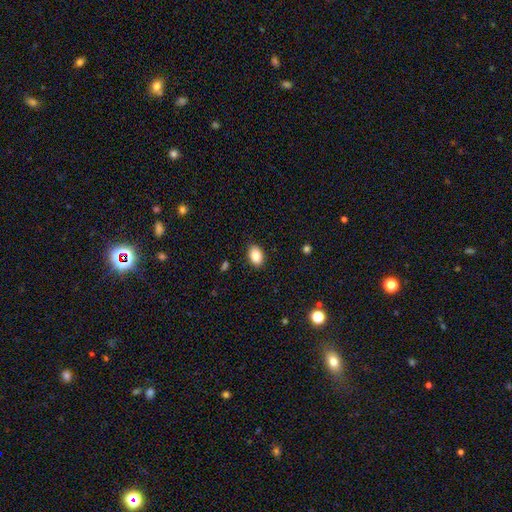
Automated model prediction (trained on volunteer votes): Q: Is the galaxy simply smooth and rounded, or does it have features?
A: smooth — 87%.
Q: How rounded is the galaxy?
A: in between — 84%.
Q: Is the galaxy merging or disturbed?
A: none — 89%.